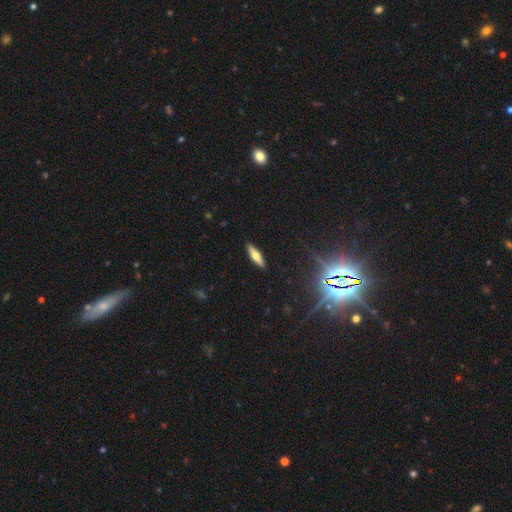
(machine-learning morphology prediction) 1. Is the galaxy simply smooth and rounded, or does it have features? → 45% smooth (tied), 45% featured or disk (tied), 9% star or artifact.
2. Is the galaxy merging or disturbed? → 90% none, 7% minor disturbance, 2% major disturbance, 1% merger.